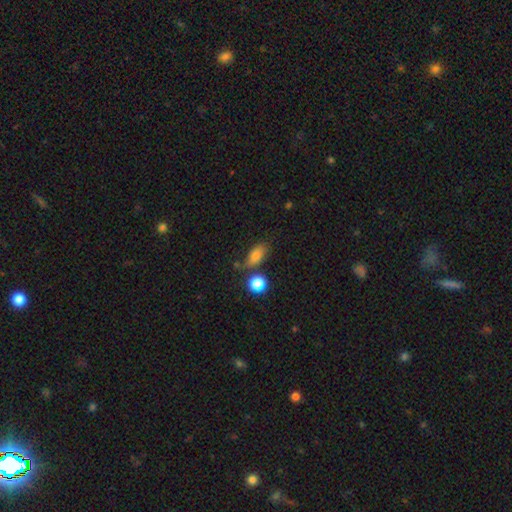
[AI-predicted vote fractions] Overall: smooth (78%). How rounded: in between (81%). Merging: none (65%).